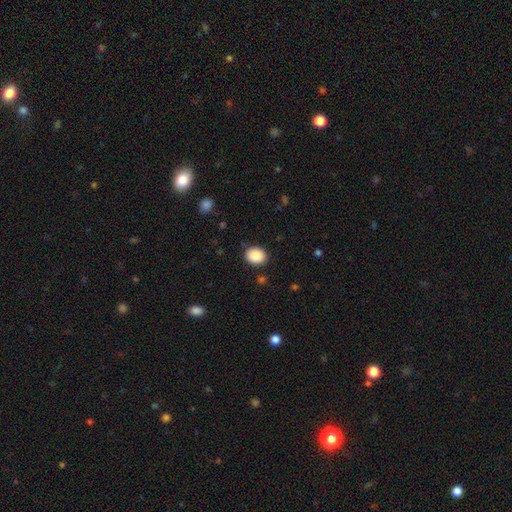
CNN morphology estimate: A smooth galaxy with no disk features (89%) that is round (57%).

Vote fractions:
- Smooth or featured? smooth: 89% / star or artifact: 8% / featured or disk: 3%
- How rounded? round: 57% / in between: 42% / cigar-shaped: 1%
- Merging? none: 88% / minor disturbance: 8% / major disturbance: 3% / merger: 1%